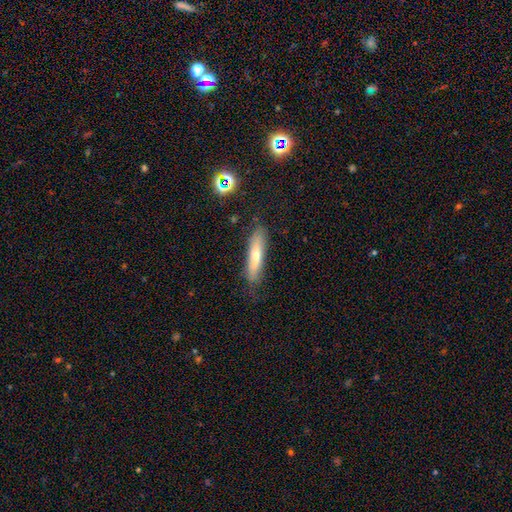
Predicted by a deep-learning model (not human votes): Morphology: type=smooth (61%); roundness=cigar-shaped (80%); merging=none (78%).